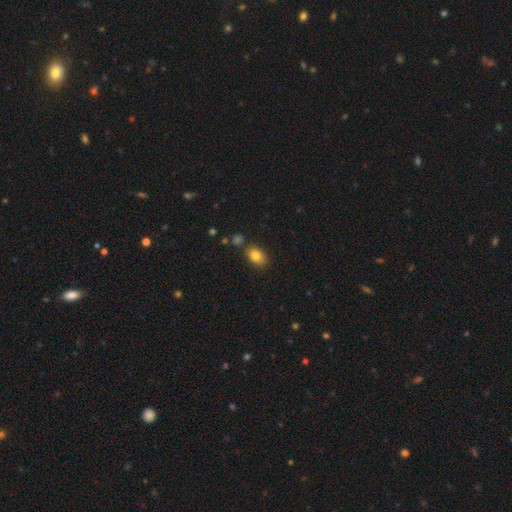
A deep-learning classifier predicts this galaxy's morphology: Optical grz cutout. It shows a smooth galaxy with no disk features (82%) that is in between round and cigar-shaped (81%). Merging: none (78%).